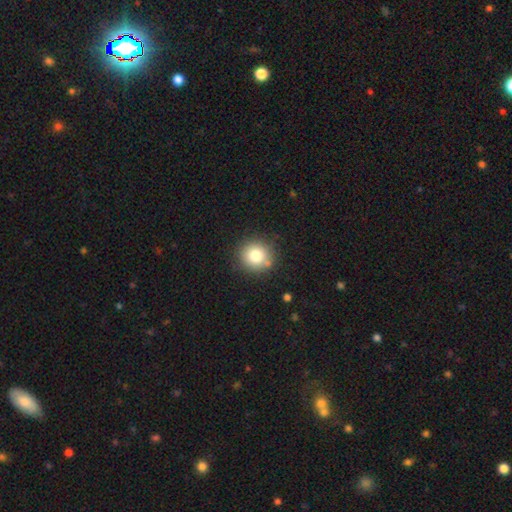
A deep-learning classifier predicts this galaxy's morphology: smooth-or-featured: smooth: 79% | star or artifact: 12% | featured or disk: 10%
  how-rounded: round: 92% | in between: 7% | cigar-shaped: 1%
  merging: none: 83% | minor disturbance: 9% | merger: 4% | major disturbance: 3%